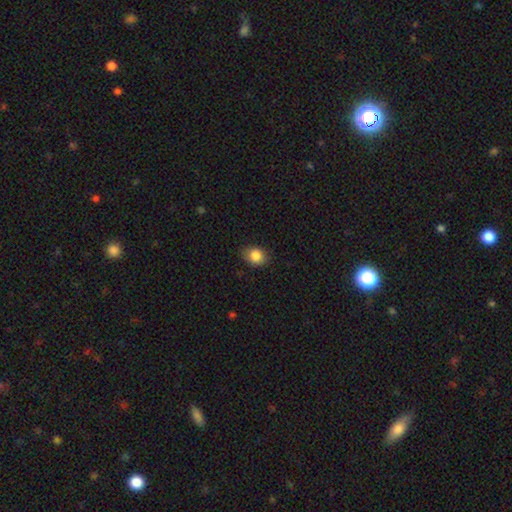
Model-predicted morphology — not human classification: Q: Smooth or featured?
A: smooth (85%); runner-up: star or artifact (9%)
Q: How rounded?
A: round (52%); runner-up: in between (47%)
Q: Merging?
A: none (80%); runner-up: minor disturbance (16%)